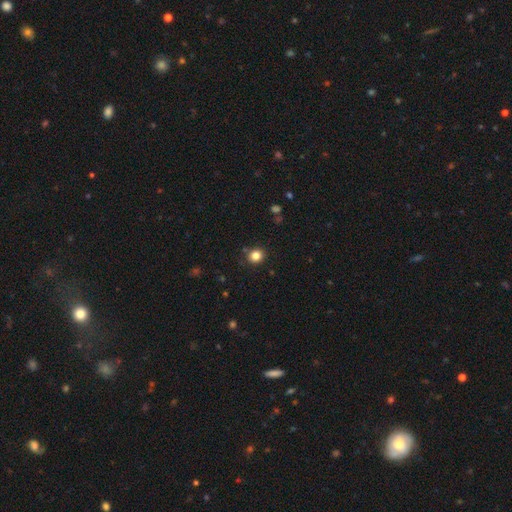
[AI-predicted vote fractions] Smooth or featured: smooth — 83% (star or artifact — 12%)
How rounded: round — 86% (in between — 13%)
Merging: none — 87% (minor disturbance — 8%)